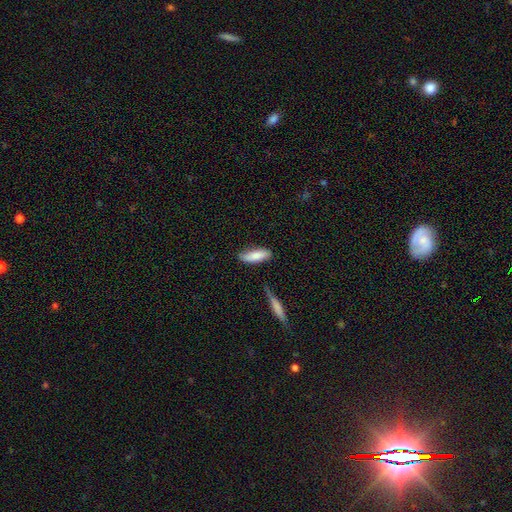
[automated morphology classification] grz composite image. It shows a smooth galaxy with no disk features (81%) that is in between round and cigar-shaped (59%). Merging: none (74%).